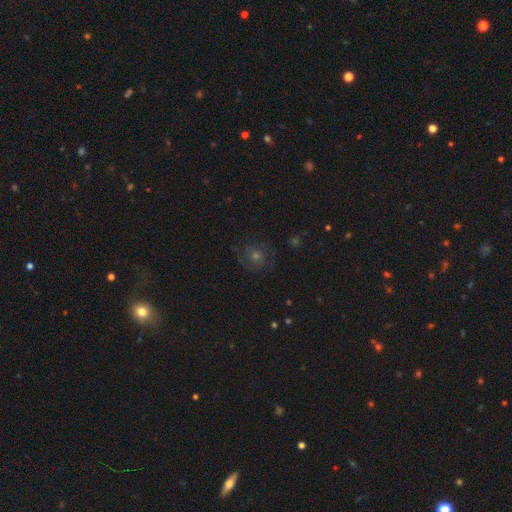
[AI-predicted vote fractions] Q: Smooth or featured?
A: featured or disk (44%); runner-up: star or artifact (29%)
Q: Merging?
A: none (80%); runner-up: minor disturbance (12%)